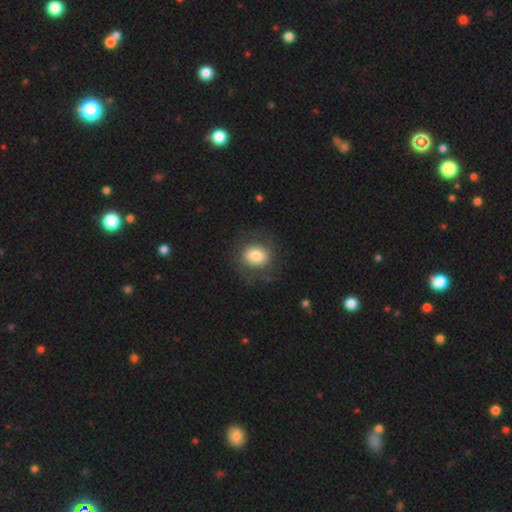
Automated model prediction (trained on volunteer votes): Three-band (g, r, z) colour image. It shows a smooth galaxy with no disk features (71%) that is round (74%). Merging: none (77%).